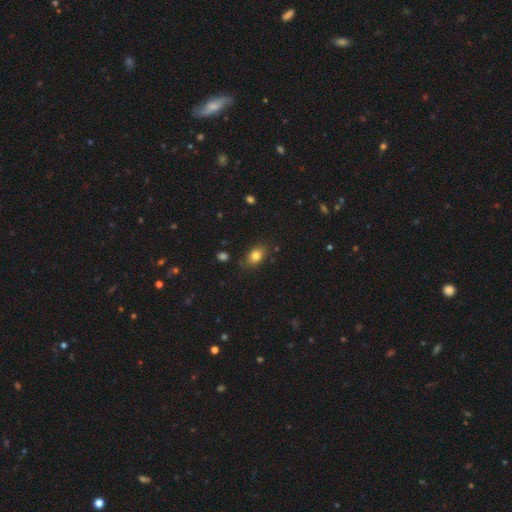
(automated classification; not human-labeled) Smooth or featured: smooth — 81% (star or artifact — 10%)
How rounded: in between — 78% (round — 19%)
Merging: none — 77% (minor disturbance — 17%)